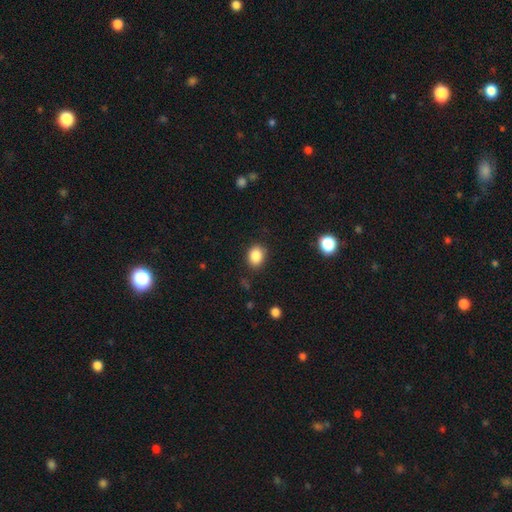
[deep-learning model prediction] Smooth or featured: smooth — 87% (star or artifact — 9%)
How rounded: in between — 55% (round — 44%)
Merging: none — 86% (minor disturbance — 10%)